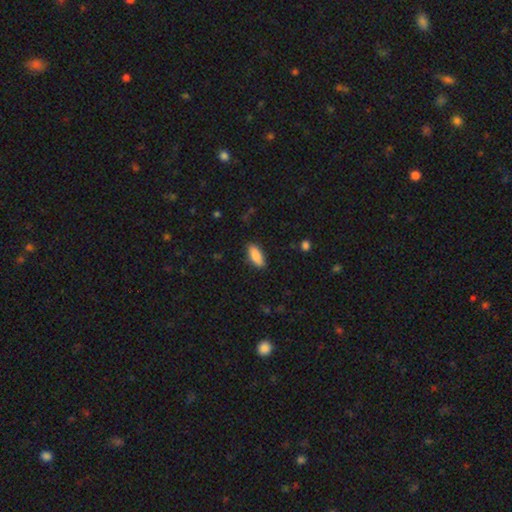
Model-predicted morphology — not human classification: Smooth or featured: smooth — 85% (featured or disk — 8%)
How rounded: in between — 79% (cigar-shaped — 19%)
Merging: none — 86% (minor disturbance — 10%)